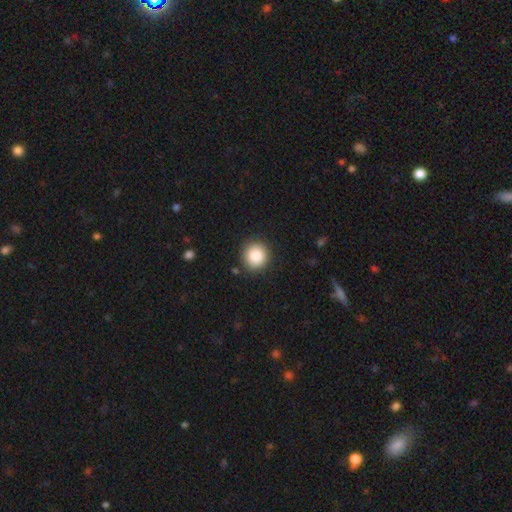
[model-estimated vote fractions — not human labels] A smooth galaxy with no disk features (87%) that is round (90%).

Vote fractions:
- Smooth or featured? smooth: 87% / star or artifact: 8% / featured or disk: 4%
- How rounded? round: 90% / in between: 9% / cigar-shaped: 1%
- Merging? none: 87% / minor disturbance: 9% / major disturbance: 3% / merger: 2%